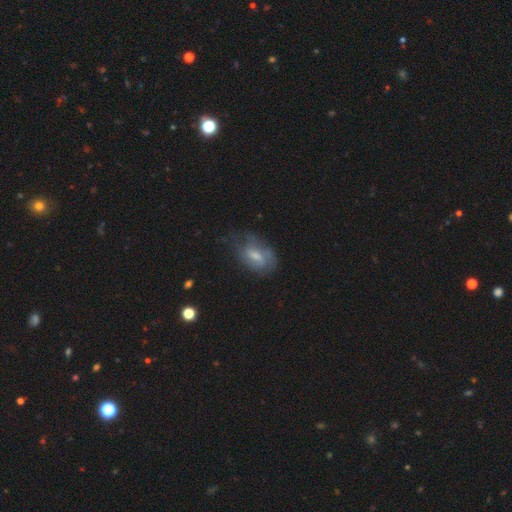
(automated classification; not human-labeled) smooth_or_featured: featured or disk (p=0.48) [alt: smooth p=0.44]
merging: none (p=0.46) [alt: minor disturbance p=0.31]